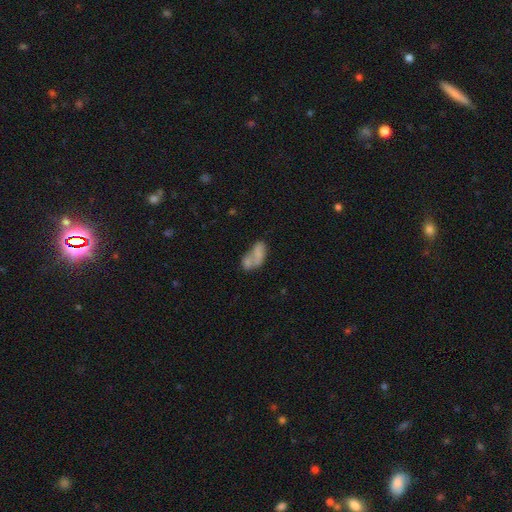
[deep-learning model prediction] Smooth or featured? Predicted: smooth (p=0.64). How rounded? Predicted: in between (p=0.86). Merging? Predicted: merger (p=0.58).